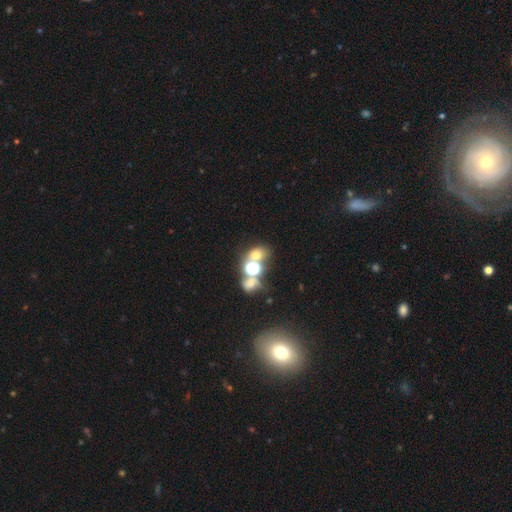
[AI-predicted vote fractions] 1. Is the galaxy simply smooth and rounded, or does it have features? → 53% smooth, 34% star or artifact, 13% featured or disk.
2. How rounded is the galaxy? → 57% round, 42% in between, 1% cigar-shaped.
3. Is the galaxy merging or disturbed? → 46% none, 38% merger, 9% minor disturbance, 7% major disturbance.